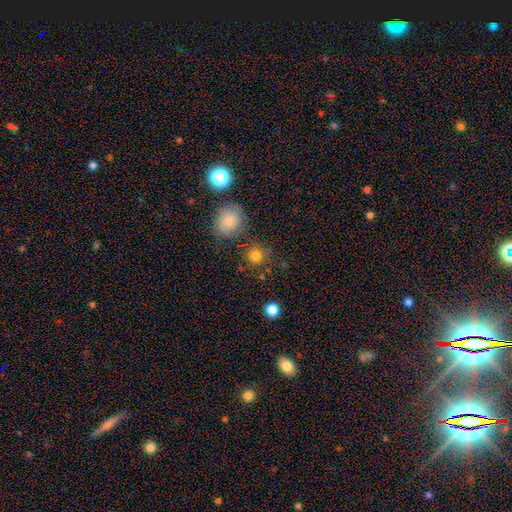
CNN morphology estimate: Smooth or featured: smooth — 80% (star or artifact — 14%)
How rounded: round — 89% (in between — 9%)
Merging: none — 76% (minor disturbance — 11%)